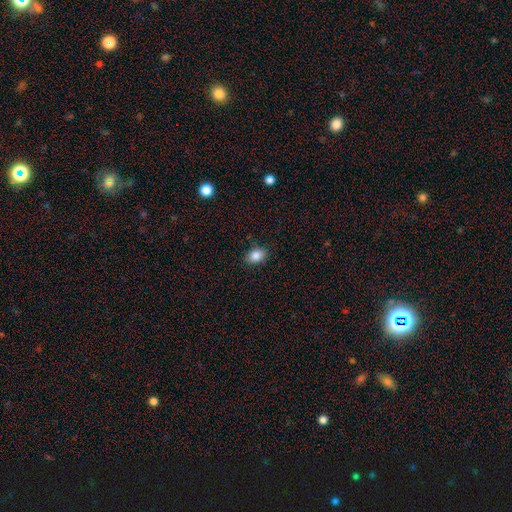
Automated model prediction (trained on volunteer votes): Overall: smooth (86%). How rounded: in between (76%). Merging: none (85%).